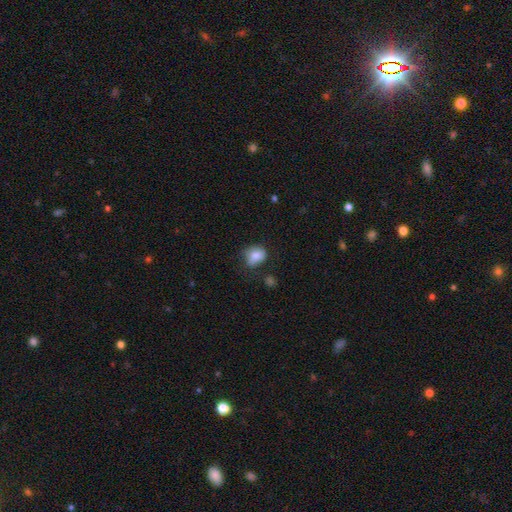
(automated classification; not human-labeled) Overall: smooth (79%). How rounded: round (50%; in between 49%). Merging: none (50%; minor disturbance 33%).